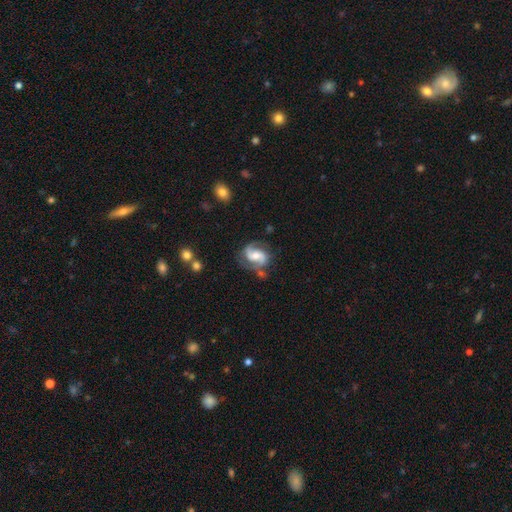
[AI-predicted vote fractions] Smooth or featured?
  - featured or disk: 86% *
  - smooth: 9%
  - star or artifact: 5%
Edge-on disk?
  - no: 98% *
  - yes: 2%
Bar?
  - weak: 41% *
  - no: 38%
  - strong: 21%
Spiral arms?
  - yes: 97% *
  - no: 3%
Spiral winding?
  - medium: 54% *
  - tight: 24%
  - loose: 23%
Spiral arm count?
  - 2: 91% *
  - can't tell: 3%
  - 1: 3%
  - 3: 2%
  - 4: 1%
  - more than 4: 1%
Bulge size?
  - moderate: 58% *
  - small: 33%
  - large: 6%
  - none: 3%
  - dominant: 1%
Merging?
  - none: 69% *
  - minor disturbance: 18%
  - major disturbance: 8%
  - merger: 4%